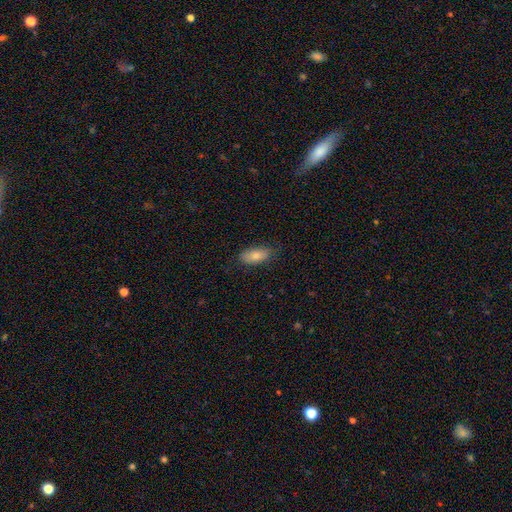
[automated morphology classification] A smooth galaxy with no disk features (80%) that is in between round and cigar-shaped (89%).

Vote fractions:
- Smooth or featured? smooth: 80% / featured or disk: 13% / star or artifact: 7%
- How rounded? in between: 89% / cigar-shaped: 8% / round: 3%
- Merging? none: 75% / minor disturbance: 20% / major disturbance: 4% / merger: 1%